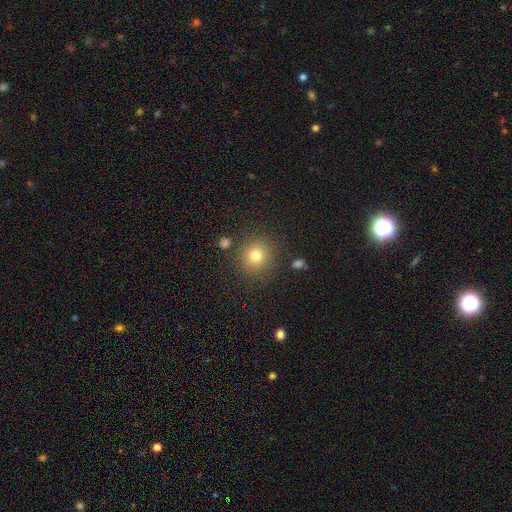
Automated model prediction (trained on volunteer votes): Smooth or featured? smooth (79%)
How rounded? round (90%)
Merging? none (85%)